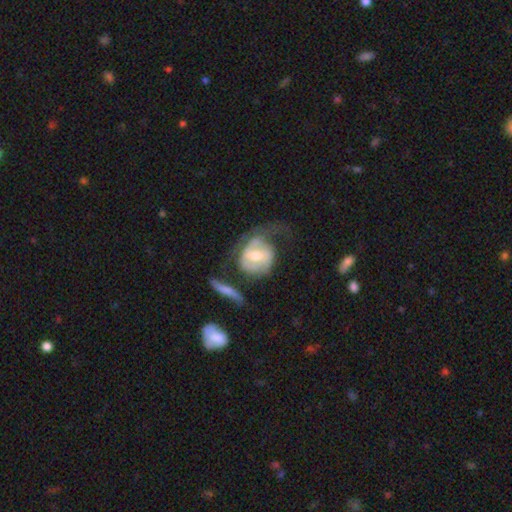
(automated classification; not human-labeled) Smooth or featured: featured or disk — 65% (smooth — 29%)
Edge-on disk: no — 95% (yes — 5%)
Bar: weak — 43% (no — 38%)
Spiral arms: yes — 71% (no — 29%)
Bulge size: moderate — 66% (small — 26%)
Merging: major disturbance — 37% (none — 31%)